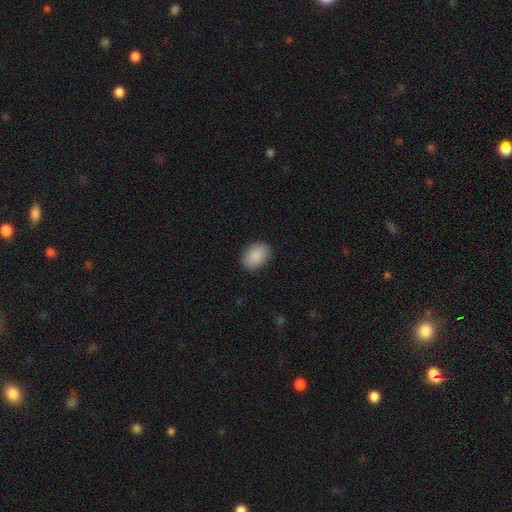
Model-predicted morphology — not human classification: Smooth or featured? smooth (89%)
How rounded? in between (78%)
Merging? none (88%)